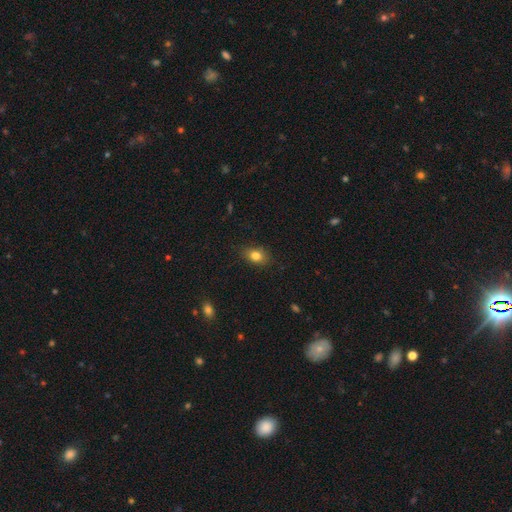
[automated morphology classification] type=smooth (81%); roundness=in between (73%); merging=none (81%).